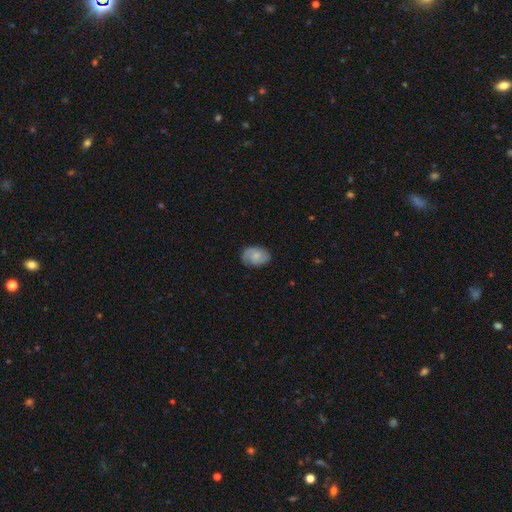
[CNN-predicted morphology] The model was most divided on "smooth or featured": smooth: 65%, featured or disk: 28%, star or artifact: 7%. More confident: how rounded — in between (81%); merging — none (76%).